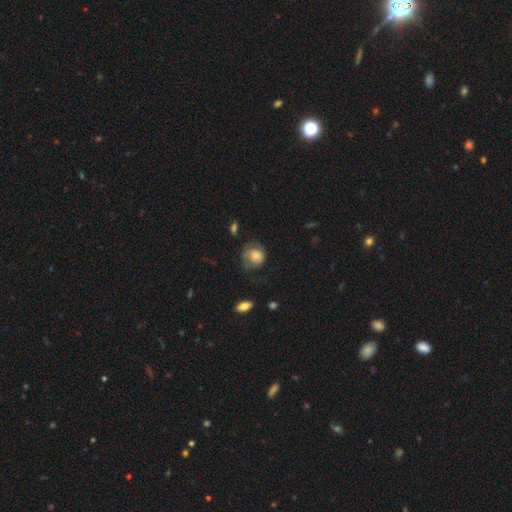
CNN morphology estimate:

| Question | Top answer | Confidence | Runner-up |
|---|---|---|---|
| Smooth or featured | smooth | 70% | featured or disk (22%) |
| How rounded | round | 76% | in between (23%) |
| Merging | none | 42% | minor disturbance (31%) |